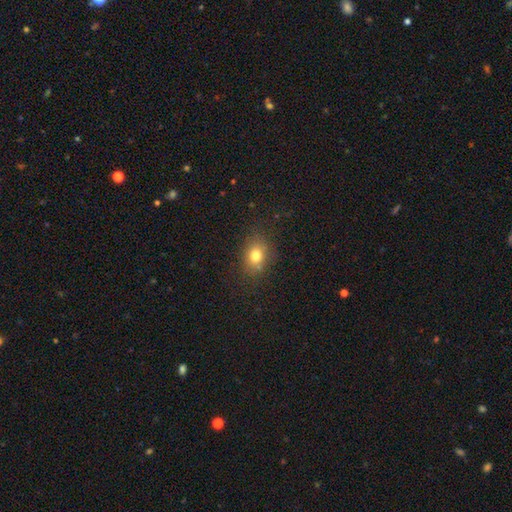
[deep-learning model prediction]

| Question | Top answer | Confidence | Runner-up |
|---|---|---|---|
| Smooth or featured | smooth | 77% | star or artifact (13%) |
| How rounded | in between | 57% | round (41%) |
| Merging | none | 80% | minor disturbance (13%) |